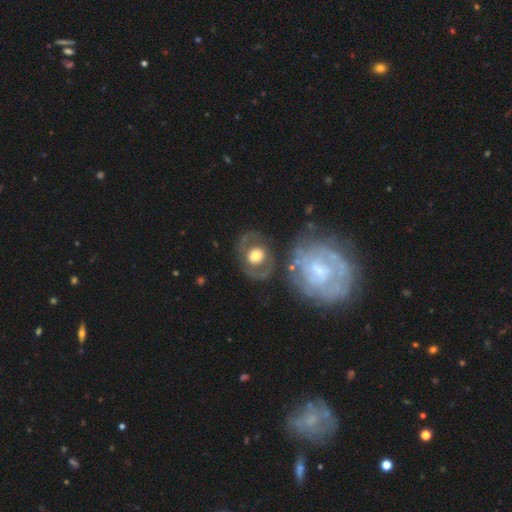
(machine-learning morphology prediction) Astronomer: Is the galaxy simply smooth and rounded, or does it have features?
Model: featured or disk — 56% (runner-up: smooth, 38%).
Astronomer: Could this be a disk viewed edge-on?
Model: no — 95%.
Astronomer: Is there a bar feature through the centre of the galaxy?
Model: no — 75%.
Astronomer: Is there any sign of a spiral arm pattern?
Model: yes — 52% (runner-up: no, 48%).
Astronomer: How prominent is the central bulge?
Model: moderate — 49% (runner-up: large, 35%).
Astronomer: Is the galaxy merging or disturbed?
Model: none — 68%.